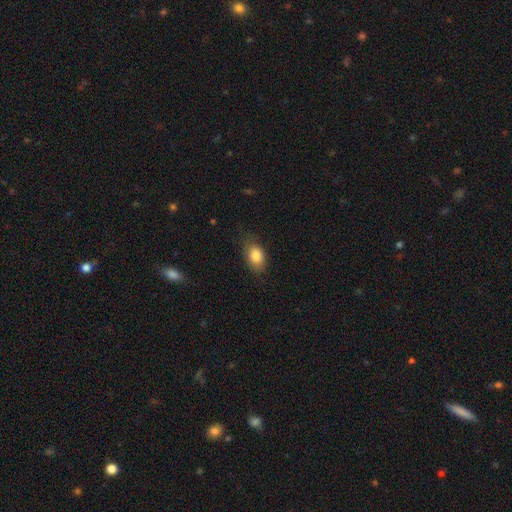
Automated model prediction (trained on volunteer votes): smooth_or_featured: smooth (p=0.84) [alt: star or artifact p=0.08]
how_rounded: in between (p=0.81) [alt: round p=0.17]
merging: none (p=0.75) [alt: minor disturbance p=0.19]